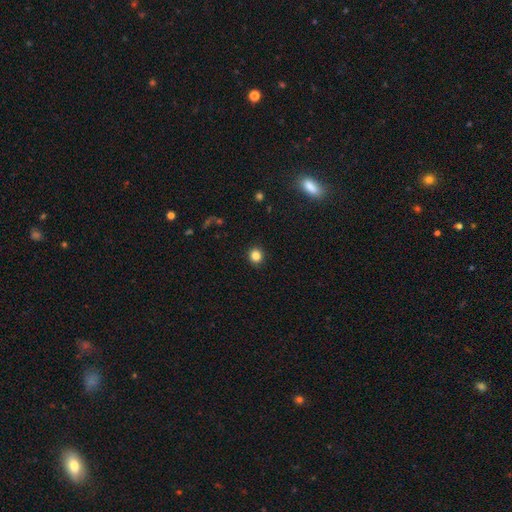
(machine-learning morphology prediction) smooth-or-featured: smooth: 84% | star or artifact: 12% | featured or disk: 4%
  how-rounded: round: 88% | in between: 11% | cigar-shaped: 1%
  merging: none: 91% | minor disturbance: 6% | major disturbance: 2% | merger: 1%